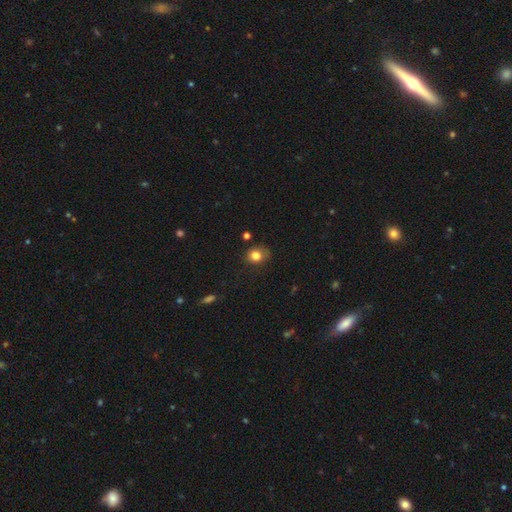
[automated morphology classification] smooth_or_featured: smooth (p=0.80) [alt: star or artifact p=0.12]
how_rounded: round (p=0.65) [alt: in between p=0.34]
merging: none (p=0.71) [alt: minor disturbance p=0.21]